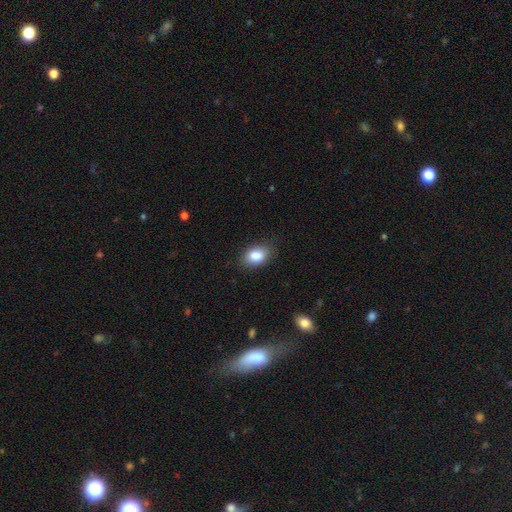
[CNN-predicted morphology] Smooth or featured? smooth (86%)
How rounded? in between (83%)
Merging? none (82%)